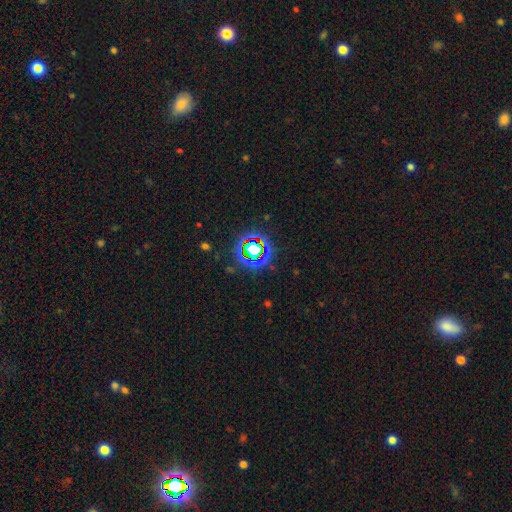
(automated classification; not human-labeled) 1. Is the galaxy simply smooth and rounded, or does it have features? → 69% star or artifact, 20% smooth, 11% featured or disk.